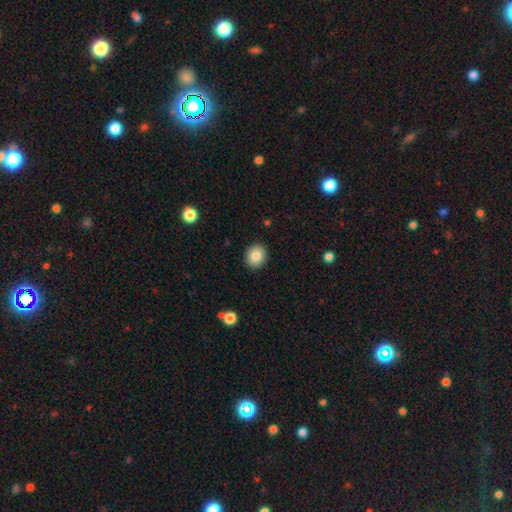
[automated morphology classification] This is clearly a smooth galaxy (84%). How rounded: likely round (75%). Merging: clearly none (91%).